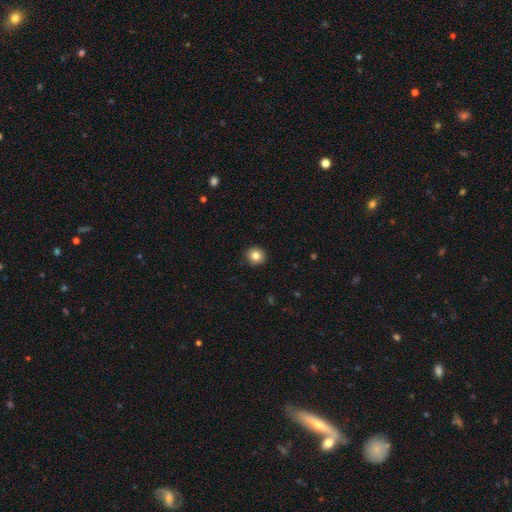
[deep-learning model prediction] smooth 82%, star or artifact 10%, featured or disk 8%. Down the decision tree: how rounded — round (90%); merging — none (90%).